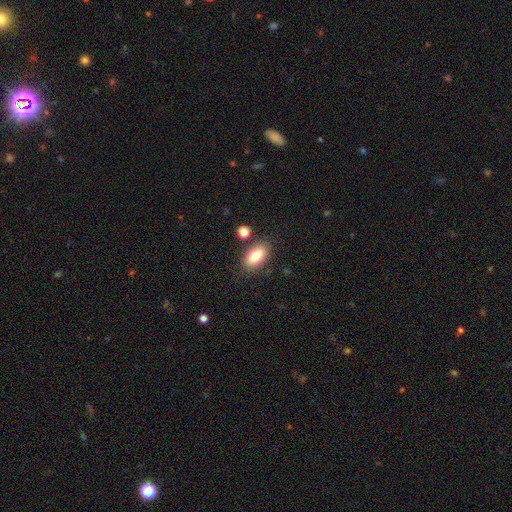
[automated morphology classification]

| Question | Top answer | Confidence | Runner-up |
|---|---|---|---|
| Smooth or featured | smooth | 80% | featured or disk (13%) |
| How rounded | in between | 90% | round (6%) |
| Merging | none | 80% | minor disturbance (11%) |